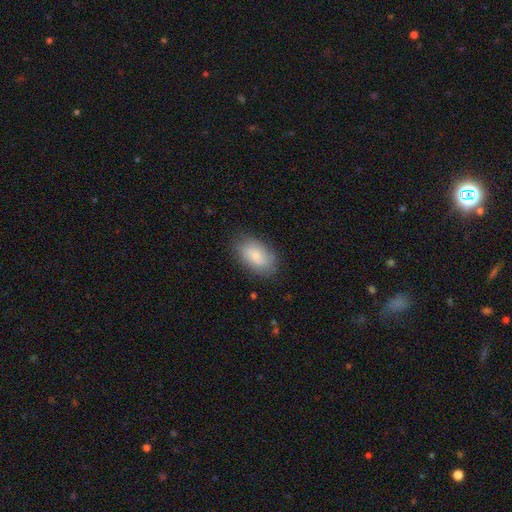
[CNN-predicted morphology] Smooth or featured?
  - smooth: 78% *
  - featured or disk: 15%
  - star or artifact: 7%
How rounded?
  - in between: 92% *
  - round: 6%
  - cigar-shaped: 2%
Merging?
  - none: 77% *
  - minor disturbance: 17%
  - major disturbance: 5%
  - merger: 1%